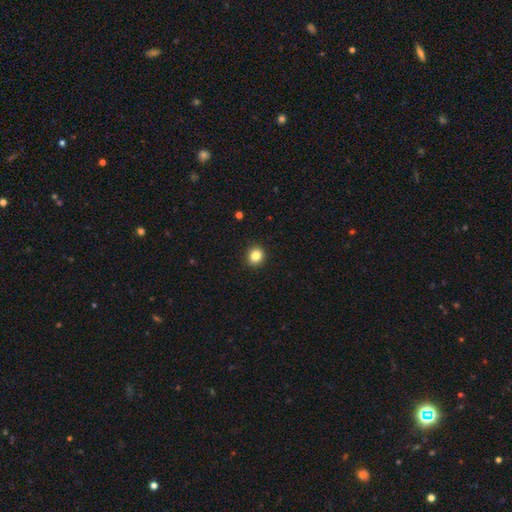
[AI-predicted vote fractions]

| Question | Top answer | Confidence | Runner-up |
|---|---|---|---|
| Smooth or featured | smooth | 85% | star or artifact (10%) |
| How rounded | round | 80% | in between (19%) |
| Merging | none | 92% | minor disturbance (5%) |